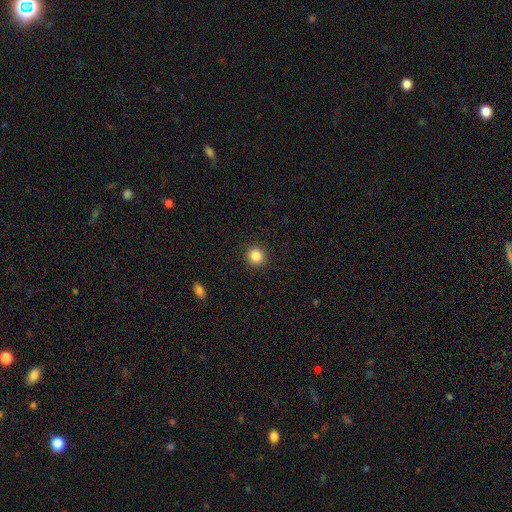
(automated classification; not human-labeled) A smooth galaxy with no disk features (85%) that is round (91%).

Vote fractions:
- Smooth or featured? smooth: 85% / star or artifact: 11% / featured or disk: 5%
- How rounded? round: 91% / in between: 8% / cigar-shaped: 1%
- Merging? none: 91% / minor disturbance: 6% / major disturbance: 2% / merger: 1%